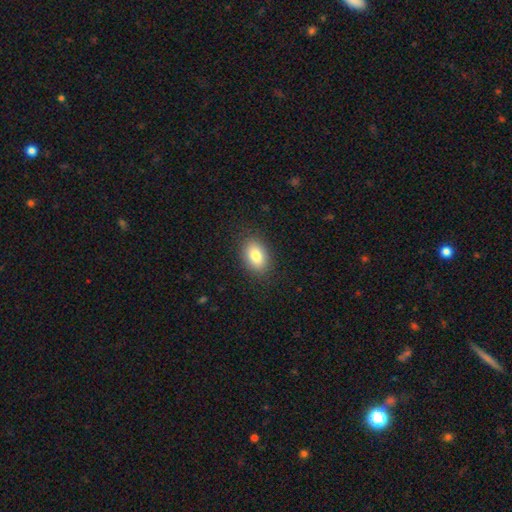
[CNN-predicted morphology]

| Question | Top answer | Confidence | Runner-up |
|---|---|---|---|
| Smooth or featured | smooth | 82% | featured or disk (9%) |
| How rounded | in between | 83% | round (16%) |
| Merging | none | 88% | minor disturbance (9%) |